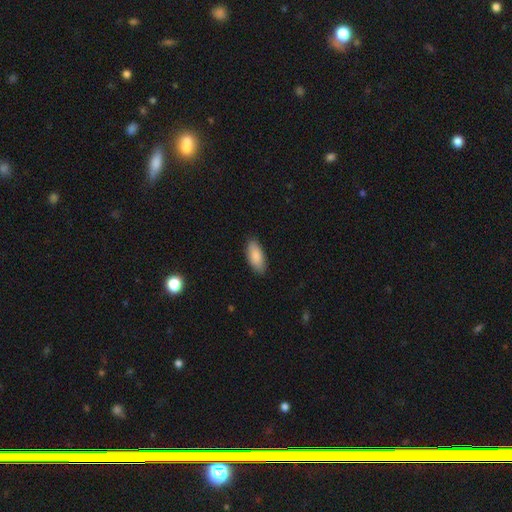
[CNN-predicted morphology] smooth_or_featured: smooth (p=0.89) [alt: featured or disk p=0.06]
how_rounded: in between (p=0.87) [alt: cigar-shaped p=0.11]
merging: none (p=0.87) [alt: minor disturbance p=0.11]